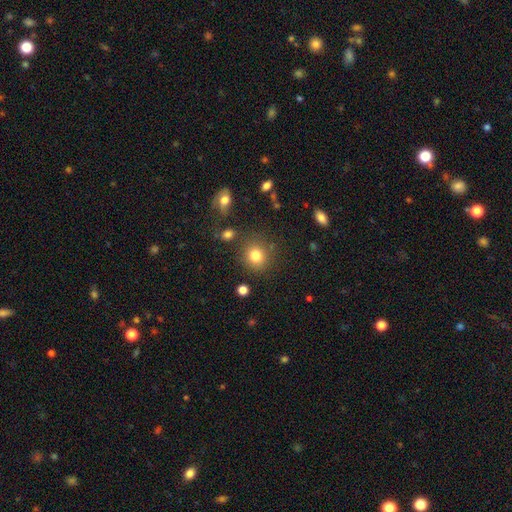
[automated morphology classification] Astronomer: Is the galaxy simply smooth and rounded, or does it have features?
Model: smooth — 81%.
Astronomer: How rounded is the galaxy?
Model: round — 84%.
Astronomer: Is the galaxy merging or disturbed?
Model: none — 82%.